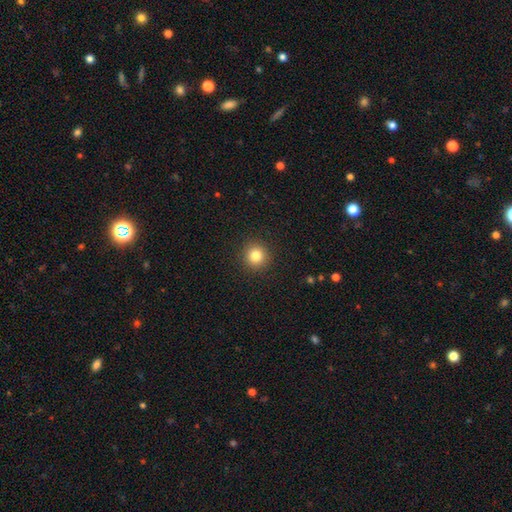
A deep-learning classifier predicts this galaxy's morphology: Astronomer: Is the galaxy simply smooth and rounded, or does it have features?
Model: smooth — 82%.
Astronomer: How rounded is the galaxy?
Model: round — 94%.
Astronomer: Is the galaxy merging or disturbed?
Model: none — 92%.